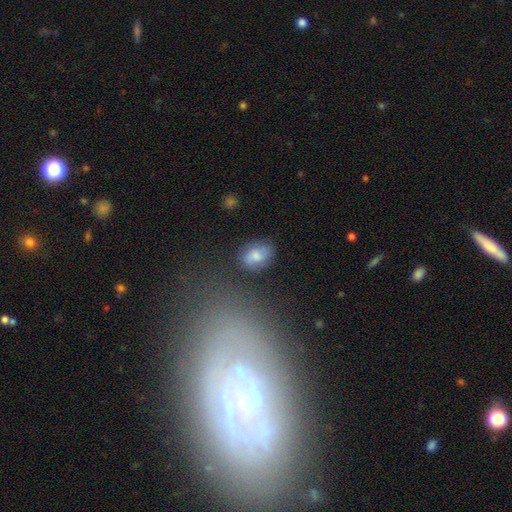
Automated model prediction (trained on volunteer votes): smooth_or_featured: smooth (p=0.69) [alt: featured or disk p=0.21]
how_rounded: in between (p=0.74) [alt: round p=0.25]
merging: none (p=0.74) [alt: minor disturbance p=0.17]